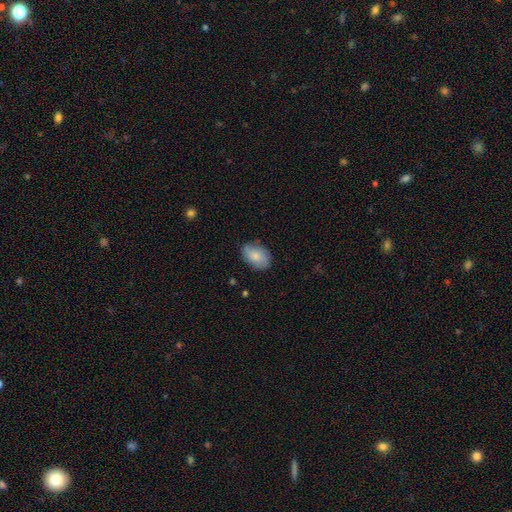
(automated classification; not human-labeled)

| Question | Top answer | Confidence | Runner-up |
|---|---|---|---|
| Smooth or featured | smooth | 71% | featured or disk (23%) |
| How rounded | in between | 82% | round (17%) |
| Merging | none | 71% | minor disturbance (23%) |